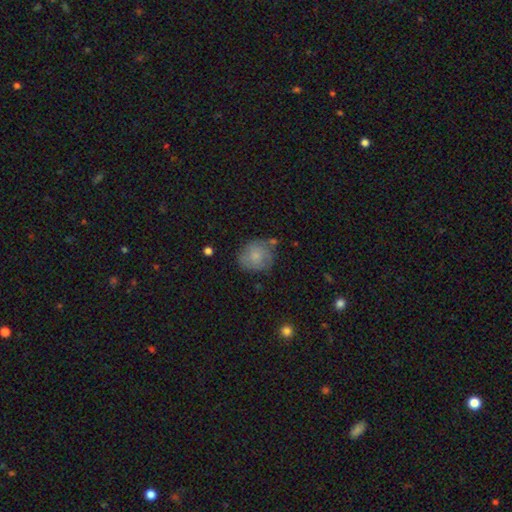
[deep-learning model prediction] smooth_or_featured: smooth (p=0.66) [alt: featured or disk p=0.26]
how_rounded: round (p=0.77) [alt: in between p=0.22]
merging: none (p=0.59) [alt: minor disturbance p=0.27]